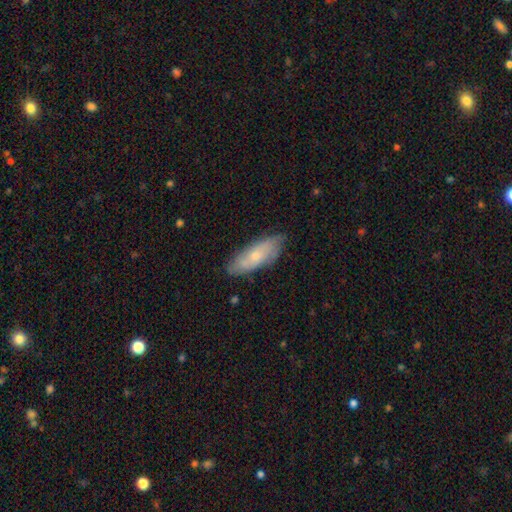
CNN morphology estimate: The model was most divided on "smooth or featured": smooth: 56%, featured or disk: 37%, star or artifact: 6%. More confident: merging — none (78%); how rounded — in between (61%).